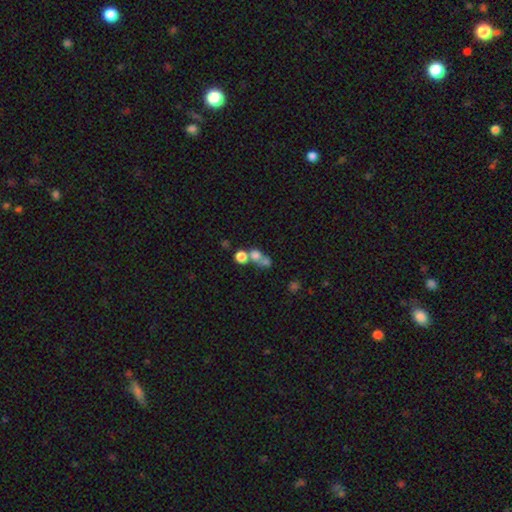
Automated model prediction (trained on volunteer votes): This appears to be a smooth galaxy with no disk features (69%) that is round (76%). Merging: merger (53%).